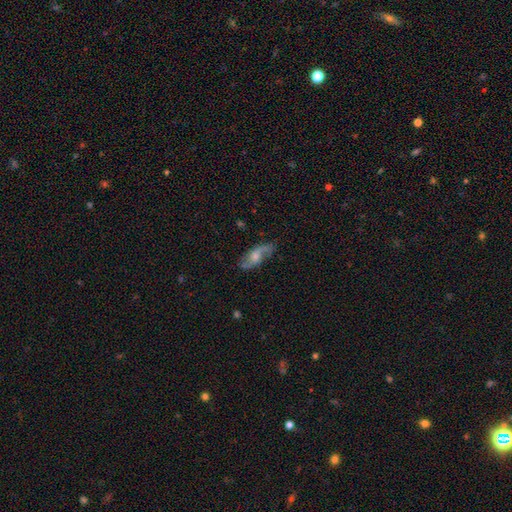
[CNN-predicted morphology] Smooth or featured?
  - featured or disk: 69% *
  - smooth: 25%
  - star or artifact: 7%
Edge-on disk?
  - no: 87% *
  - yes: 13%
Bar?
  - no: 62% *
  - weak: 32%
  - strong: 6%
Spiral arms?
  - yes: 90% *
  - no: 10%
Spiral winding?
  - loose: 58% *
  - medium: 32%
  - tight: 9%
Spiral arm count?
  - 2: 85% *
  - can't tell: 6%
  - 1: 5%
  - 3: 1%
  - 4: 1%
  - more than 4: 1%
Bulge size?
  - moderate: 50% *
  - small: 23%
  - large: 16%
  - none: 9%
  - dominant: 2%
Merging?
  - none: 72% *
  - minor disturbance: 19%
  - major disturbance: 8%
  - merger: 2%